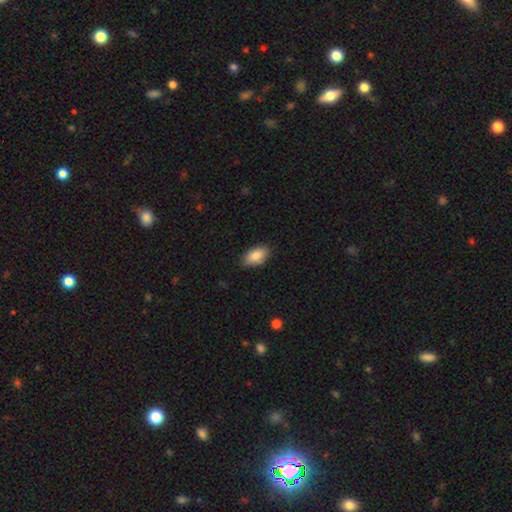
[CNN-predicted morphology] This appears to be a smooth galaxy with no disk features (86%) that is in between round and cigar-shaped (93%). Merging: none (86%).